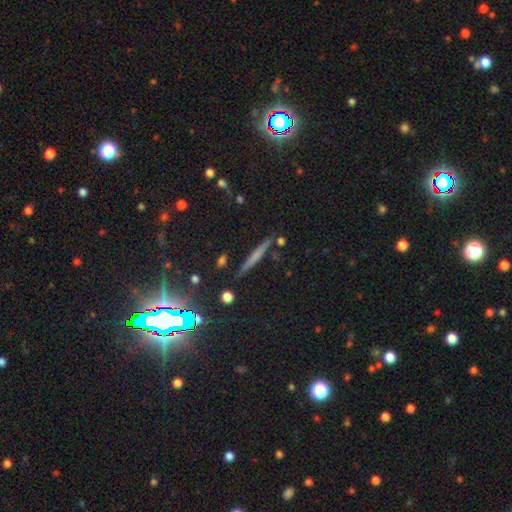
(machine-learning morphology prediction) This is possibly a smooth galaxy (45%). Merging: clearly none (86%).